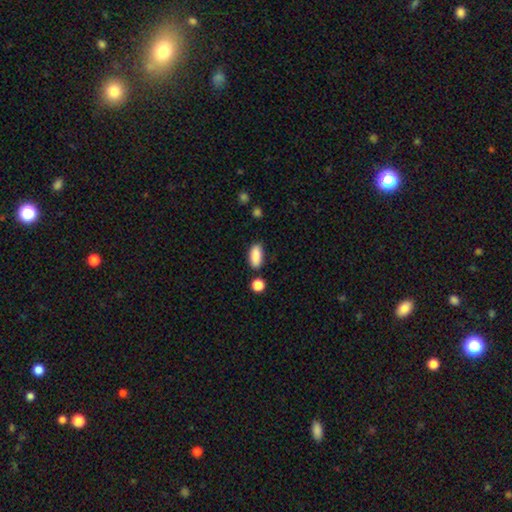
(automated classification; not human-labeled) This appears to be a smooth galaxy with no disk features (89%) that is in between round and cigar-shaped (85%). Merging: none (82%).